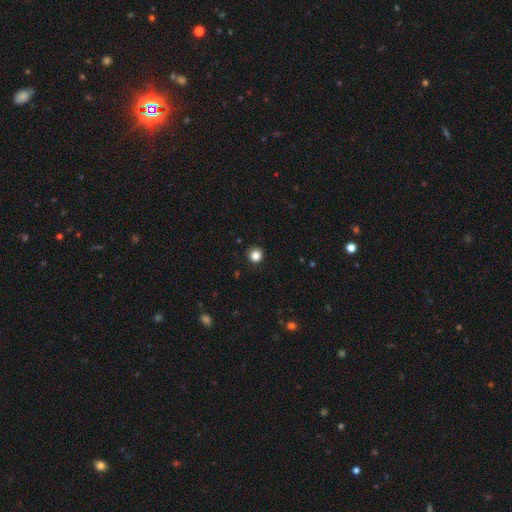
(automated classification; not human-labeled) smooth 85%, star or artifact 11%, featured or disk 4%. Down the decision tree: how rounded — round (93%); merging — none (90%).